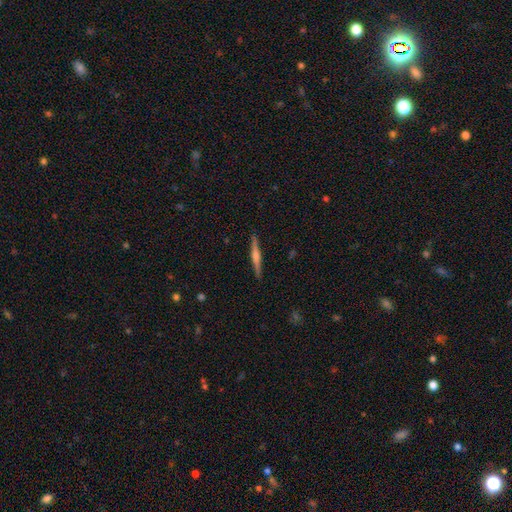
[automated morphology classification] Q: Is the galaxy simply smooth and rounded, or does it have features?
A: featured or disk — 72%.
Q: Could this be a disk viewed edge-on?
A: yes — 98%.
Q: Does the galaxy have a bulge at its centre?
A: rounded — 77%.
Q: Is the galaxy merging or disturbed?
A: none — 92%.